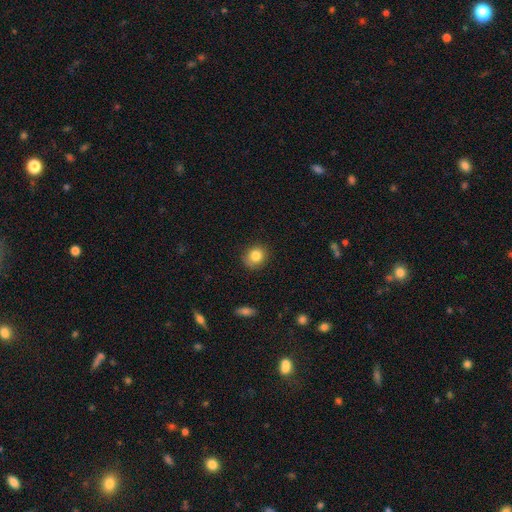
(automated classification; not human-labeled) Q: Smooth or featured?
A: smooth (83%); runner-up: star or artifact (10%)
Q: How rounded?
A: round (77%); runner-up: in between (22%)
Q: Merging?
A: none (84%); runner-up: minor disturbance (12%)